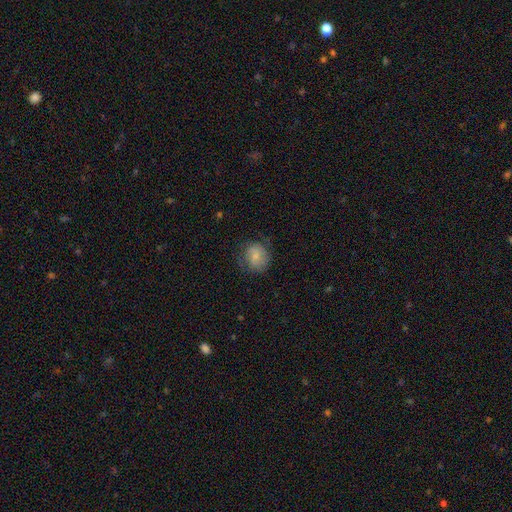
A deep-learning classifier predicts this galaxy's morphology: This appears to be a smooth galaxy with no disk features (69%) that is round (77%). Merging: none (67%).